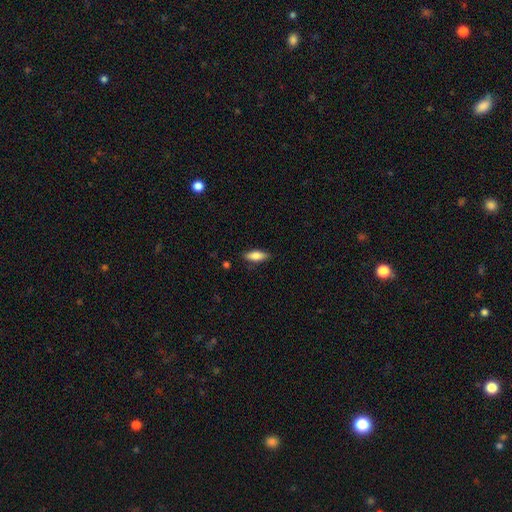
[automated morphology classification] A smooth galaxy with no disk features (80%) that is in between round and cigar-shaped (70%).

Vote fractions:
- Smooth or featured? smooth: 80% / featured or disk: 14% / star or artifact: 6%
- How rounded? in between: 70% / cigar-shaped: 28% / round: 2%
- Merging? none: 85% / minor disturbance: 12% / major disturbance: 2% / merger: 1%